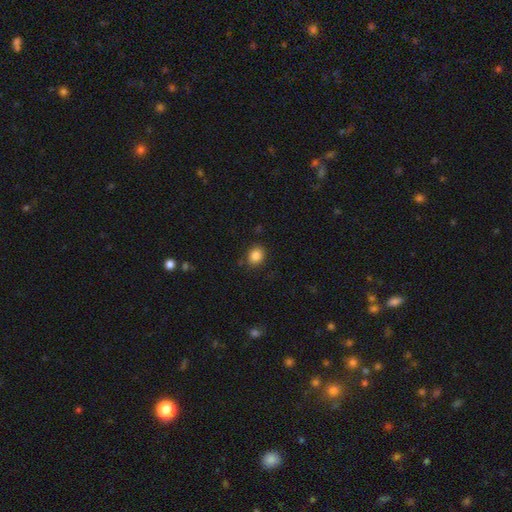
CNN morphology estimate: A smooth galaxy with no disk features (85%) that is round (57%). Merging: none (84%).